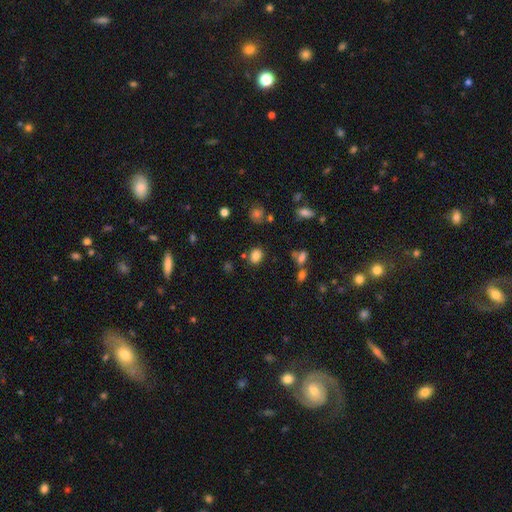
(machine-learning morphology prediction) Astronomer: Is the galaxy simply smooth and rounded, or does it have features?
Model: smooth — 82%.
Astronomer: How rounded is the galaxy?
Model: in between — 67%.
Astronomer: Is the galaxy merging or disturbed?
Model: none — 79%.